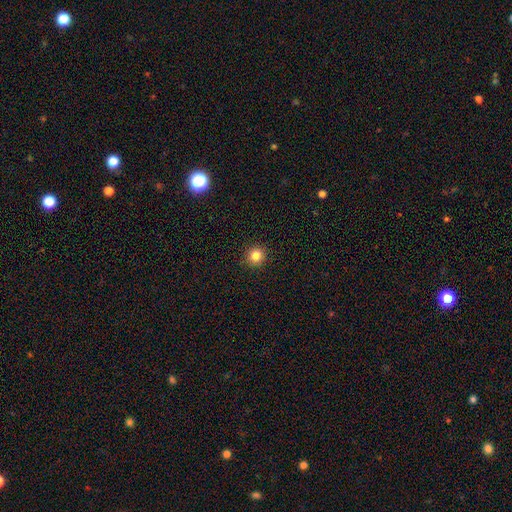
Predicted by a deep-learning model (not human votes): Smooth or featured? smooth (83%)
How rounded? round (93%)
Merging? none (92%)